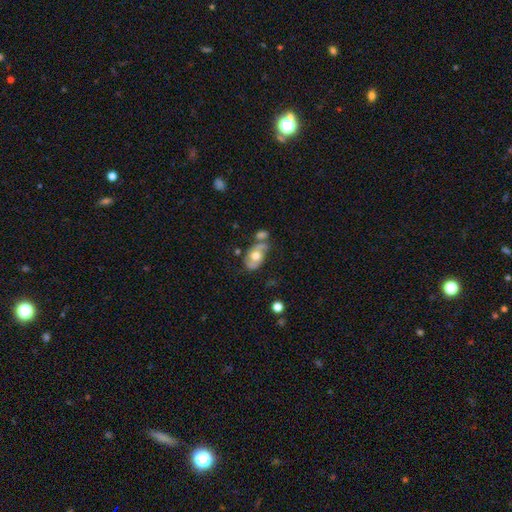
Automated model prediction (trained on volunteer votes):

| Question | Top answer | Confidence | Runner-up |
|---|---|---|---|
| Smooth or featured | featured or disk | 51% | smooth (41%) |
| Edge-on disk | no | 92% | yes (8%) |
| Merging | none | 45% | minor disturbance (23%) |